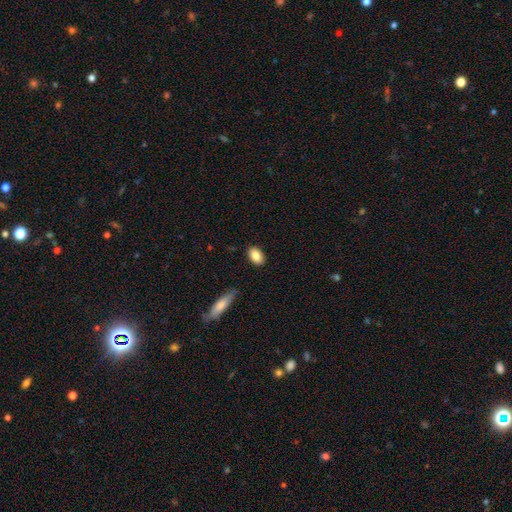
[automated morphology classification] Smooth or featured: smooth — 84% (featured or disk — 8%)
How rounded: in between — 89% (round — 8%)
Merging: none — 87% (minor disturbance — 10%)